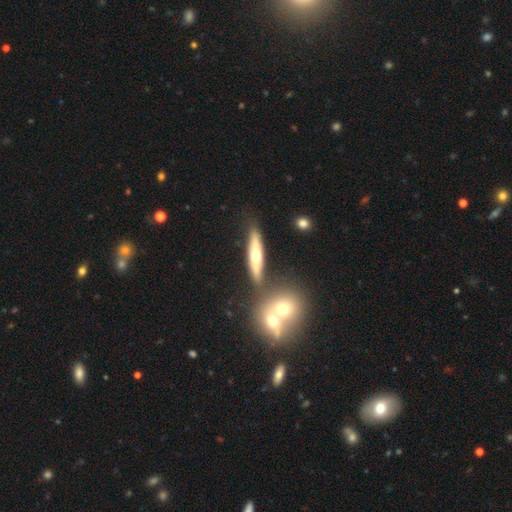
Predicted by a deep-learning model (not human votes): smooth_or_featured: smooth (p=0.48) [alt: featured or disk p=0.46]
merging: none (p=0.72) [alt: merger p=0.13]